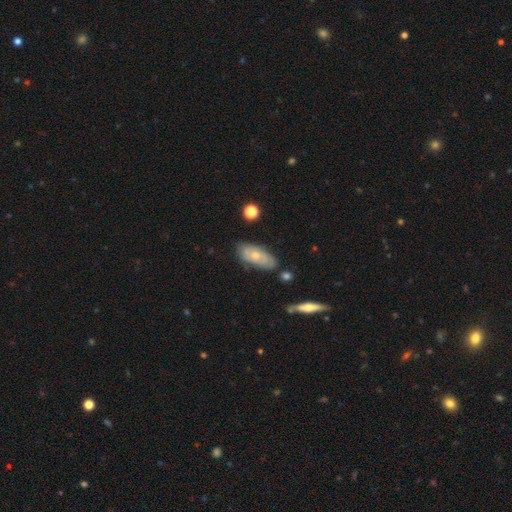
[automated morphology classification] smooth-or-featured: smooth: 52% | featured or disk: 42% | star or artifact: 7%
  how-rounded: in between: 85% | cigar-shaped: 11% | round: 3%
  merging: none: 71% | minor disturbance: 21% | major disturbance: 4% | merger: 4%